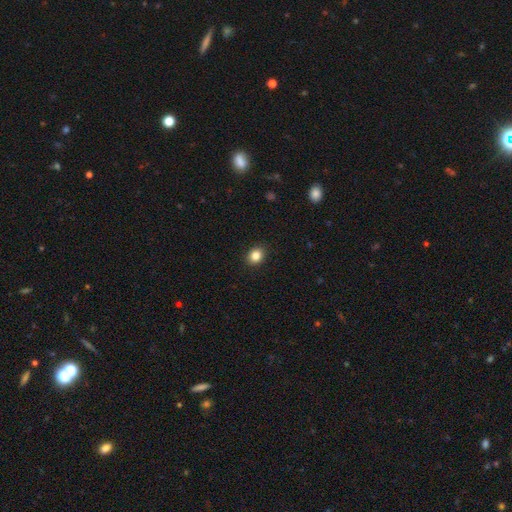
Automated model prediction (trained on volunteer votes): Smooth or featured? Predicted: smooth (p=0.85). How rounded? Predicted: round (p=0.61). Merging? Predicted: none (p=0.91).